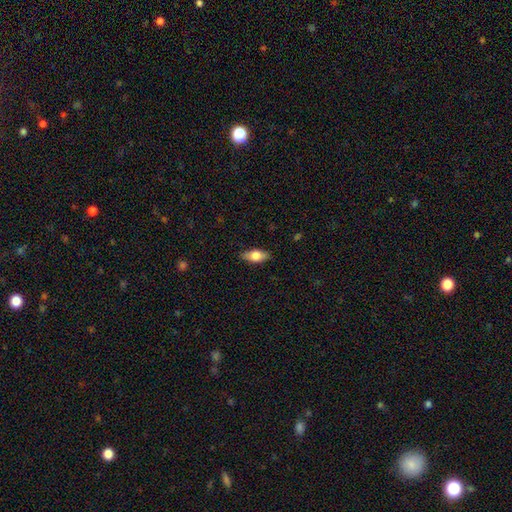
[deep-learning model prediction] Smooth or featured?
  - smooth: 72% *
  - featured or disk: 21%
  - star or artifact: 7%
How rounded?
  - in between: 84% *
  - cigar-shaped: 12%
  - round: 4%
Merging?
  - none: 85% *
  - minor disturbance: 12%
  - major disturbance: 2%
  - merger: 1%